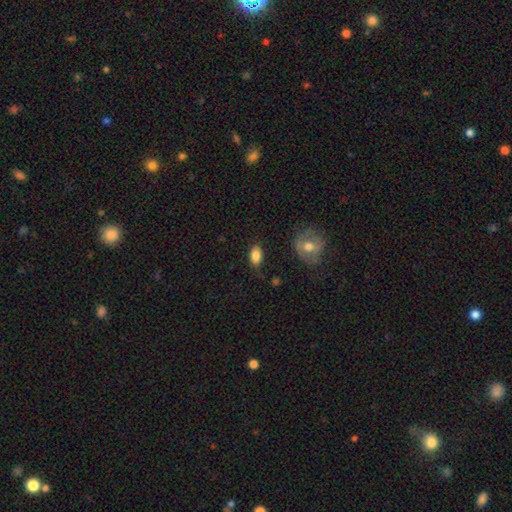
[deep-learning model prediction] Morphology: type=smooth (83%); roundness=in between (90%); merging=none (72%).